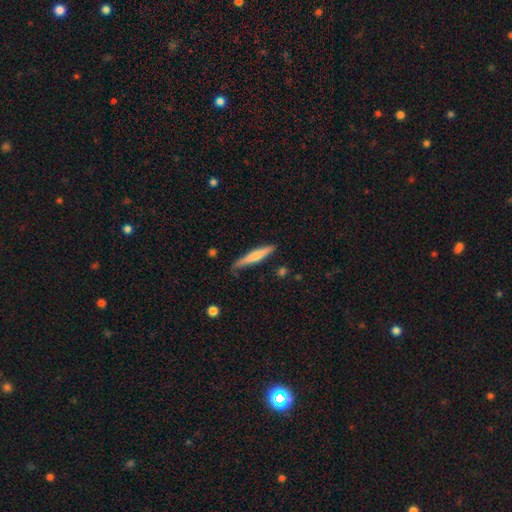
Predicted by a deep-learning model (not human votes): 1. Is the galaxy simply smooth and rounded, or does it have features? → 57% smooth, 37% featured or disk, 5% star or artifact.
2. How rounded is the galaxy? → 93% cigar-shaped, 6% in between, 1% round.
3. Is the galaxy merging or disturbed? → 79% none, 17% minor disturbance, 3% major disturbance, 2% merger.